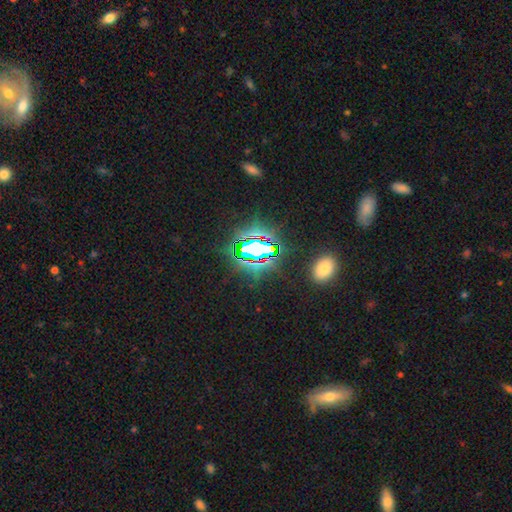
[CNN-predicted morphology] Smooth or featured? star or artifact (79%)